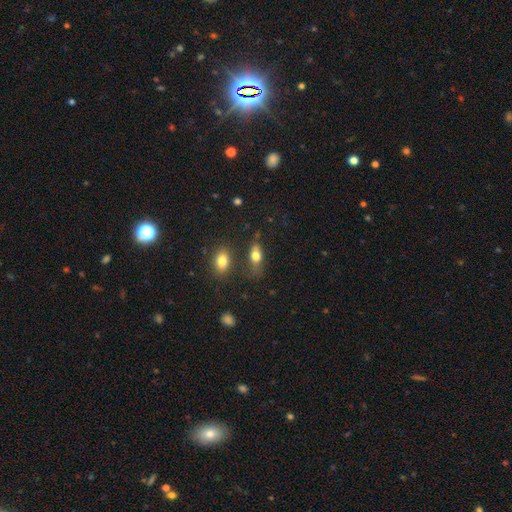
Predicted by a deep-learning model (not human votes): Smooth or featured? Predicted: smooth (p=0.75). How rounded? Predicted: in between (p=0.79). Merging? Predicted: none (p=0.51).